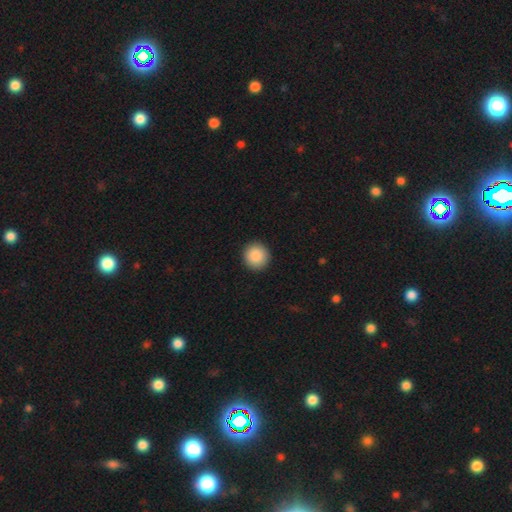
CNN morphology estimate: A smooth galaxy with no disk features (89%) that is round (95%).

Vote fractions:
- Smooth or featured? smooth: 89% / star or artifact: 7% / featured or disk: 3%
- How rounded? round: 95% / in between: 4% / cigar-shaped: 1%
- Merging? none: 93% / minor disturbance: 4% / major disturbance: 1% / merger: 1%